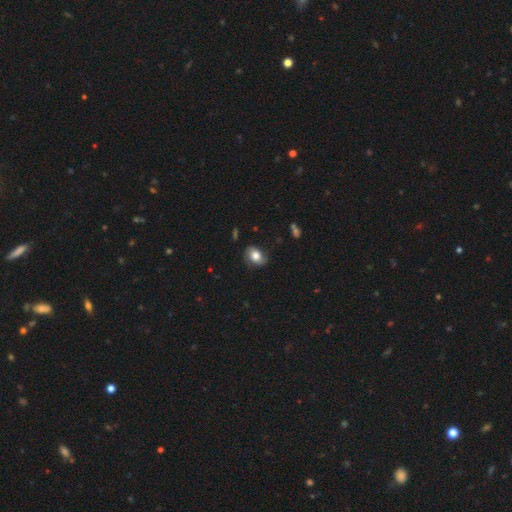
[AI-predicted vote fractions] A smooth galaxy with no disk features (65%) that is in between round and cigar-shaped (64%). Merging: none (74%).